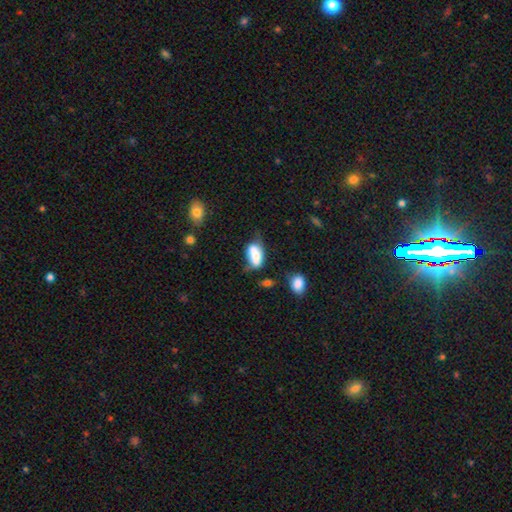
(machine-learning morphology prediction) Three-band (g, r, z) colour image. It shows a smooth galaxy with no disk features (70%) that is in between round and cigar-shaped (89%). Merging: none (38%).